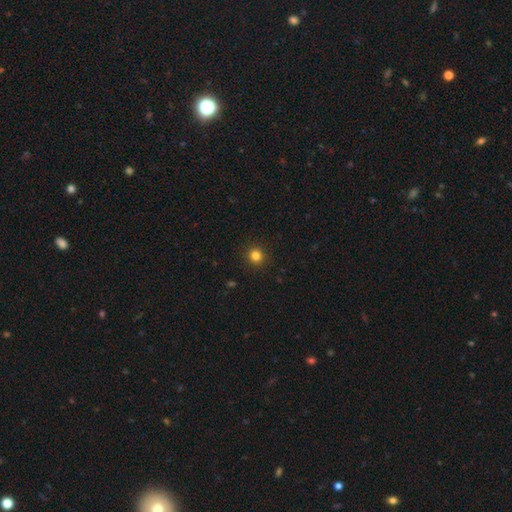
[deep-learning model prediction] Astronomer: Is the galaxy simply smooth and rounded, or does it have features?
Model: smooth — 83%.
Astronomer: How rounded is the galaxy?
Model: round — 92%.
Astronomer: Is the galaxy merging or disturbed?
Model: none — 92%.